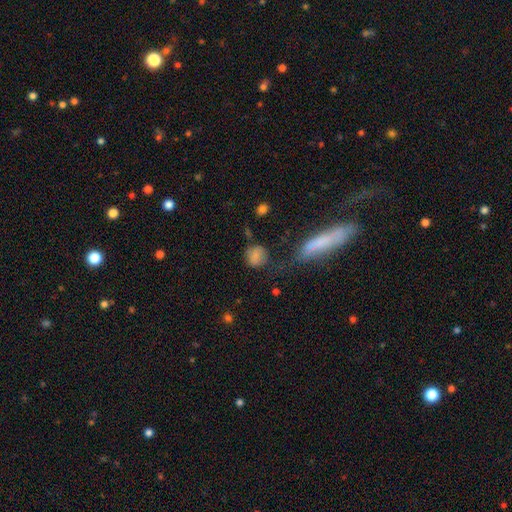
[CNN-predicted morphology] Smooth or featured: smooth — 78% (star or artifact — 12%)
How rounded: round — 76% (in between — 22%)
Merging: none — 65% (minor disturbance — 19%)